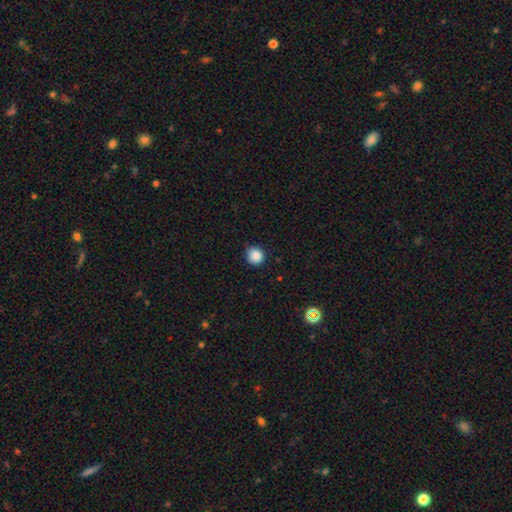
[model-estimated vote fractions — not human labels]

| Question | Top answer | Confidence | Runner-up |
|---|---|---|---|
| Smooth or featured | smooth | 87% | star or artifact (10%) |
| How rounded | round | 90% | in between (9%) |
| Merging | none | 82% | minor disturbance (15%) |